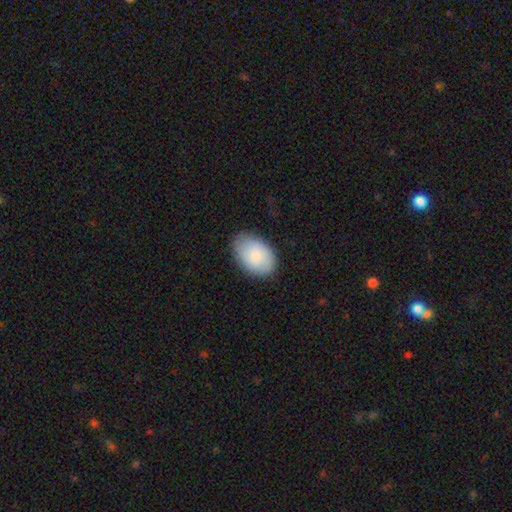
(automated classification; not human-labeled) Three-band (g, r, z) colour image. It shows a smooth galaxy with no disk features (84%) that is in between round and cigar-shaped (89%). Merging: none (82%).